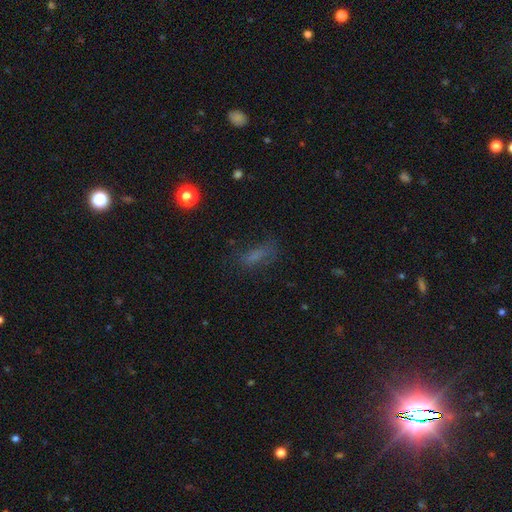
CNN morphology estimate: Smooth or featured: smooth — 60% (star or artifact — 22%)
How rounded: in between — 60% (cigar-shaped — 34%)
Merging: none — 58% (minor disturbance — 21%)